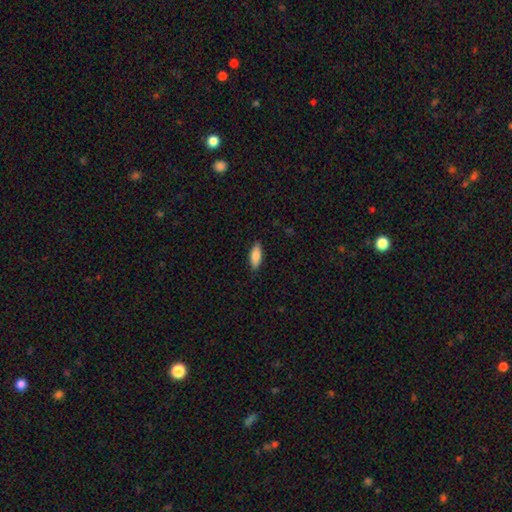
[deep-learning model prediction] smooth_or_featured: smooth (p=0.83) [alt: featured or disk p=0.11]
how_rounded: in between (p=0.72) [alt: cigar-shaped p=0.26]
merging: none (p=0.87) [alt: minor disturbance p=0.10]